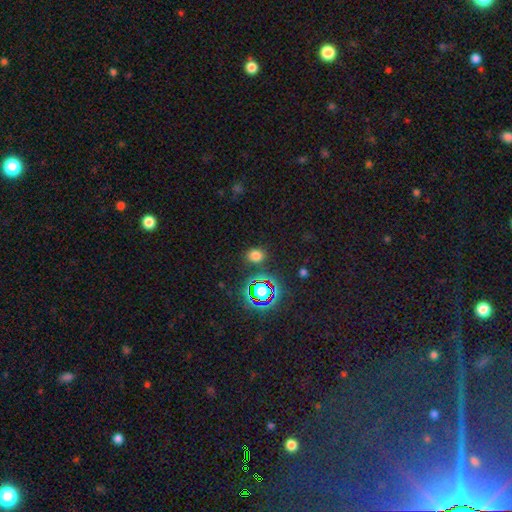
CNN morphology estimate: Overall: smooth (70%). How rounded: round (60%; in between 39%). Merging: none (84%).